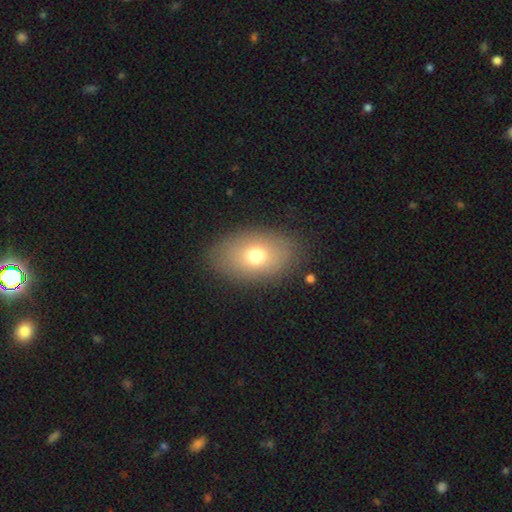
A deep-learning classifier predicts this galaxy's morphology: smooth 72%, featured or disk 18%, star or artifact 10%. Down the decision tree: how rounded — in between (83%); merging — none (84%).